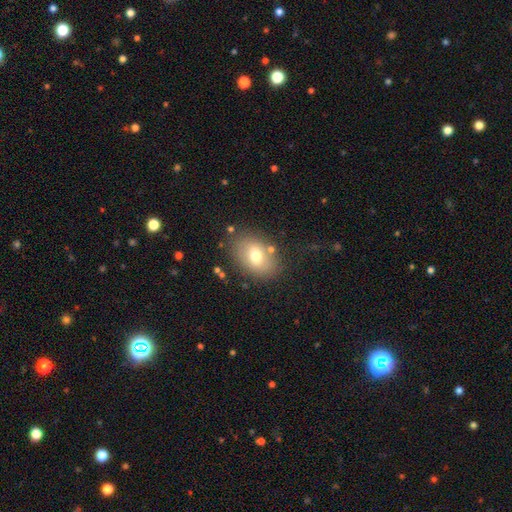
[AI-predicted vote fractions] Overall: smooth (68%). How rounded: in between (76%). Merging: none (77%).